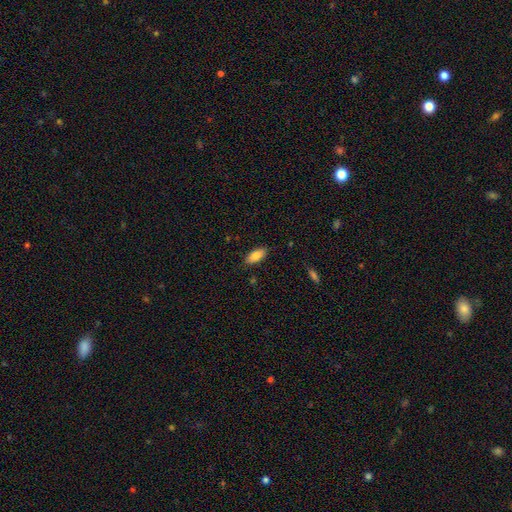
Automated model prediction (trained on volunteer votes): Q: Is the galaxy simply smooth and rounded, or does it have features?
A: smooth — 81%.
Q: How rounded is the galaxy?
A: in between — 87%.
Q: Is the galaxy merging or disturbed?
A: none — 86%.